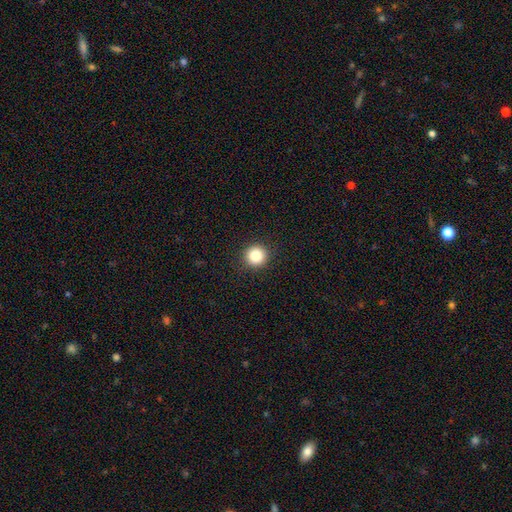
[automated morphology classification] Smooth or featured? smooth (84%)
How rounded? round (95%)
Merging? none (92%)